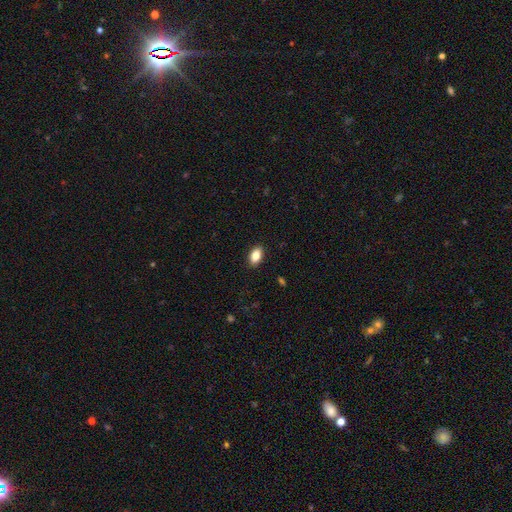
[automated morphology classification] Smooth or featured? smooth (83%)
How rounded? in between (90%)
Merging? none (89%)